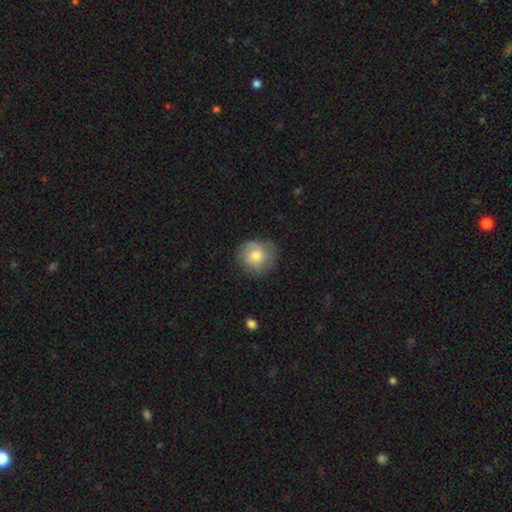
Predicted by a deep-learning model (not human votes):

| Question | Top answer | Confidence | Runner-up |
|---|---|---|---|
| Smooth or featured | smooth | 65% | featured or disk (27%) |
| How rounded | round | 87% | in between (12%) |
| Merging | none | 68% | minor disturbance (22%) |